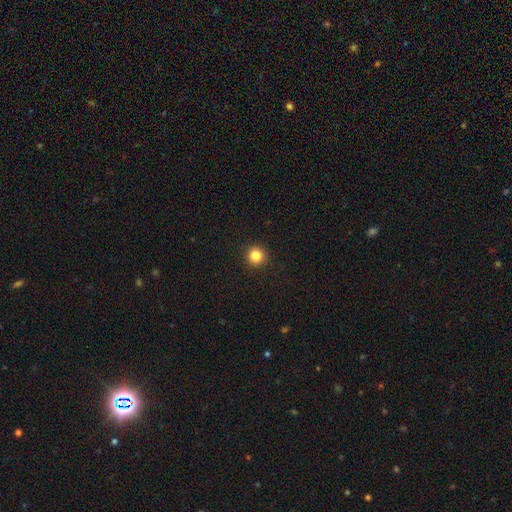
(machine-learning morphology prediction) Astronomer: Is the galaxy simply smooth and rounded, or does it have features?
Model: smooth — 84%.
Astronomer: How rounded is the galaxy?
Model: round — 95%.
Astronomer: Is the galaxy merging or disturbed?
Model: none — 93%.